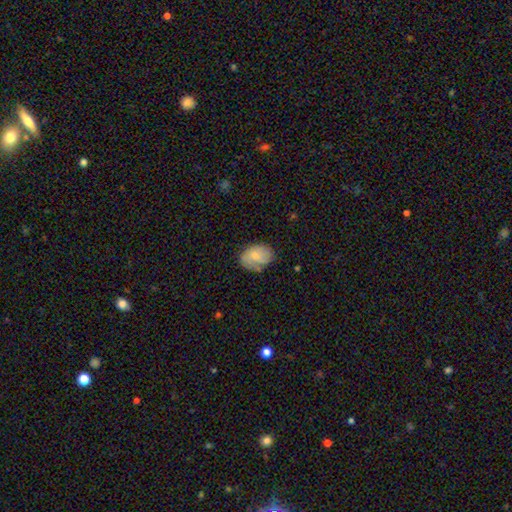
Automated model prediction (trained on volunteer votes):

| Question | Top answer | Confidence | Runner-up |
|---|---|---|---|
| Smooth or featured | smooth | 69% | featured or disk (23%) |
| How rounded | in between | 75% | round (24%) |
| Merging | none | 57% | minor disturbance (31%) |